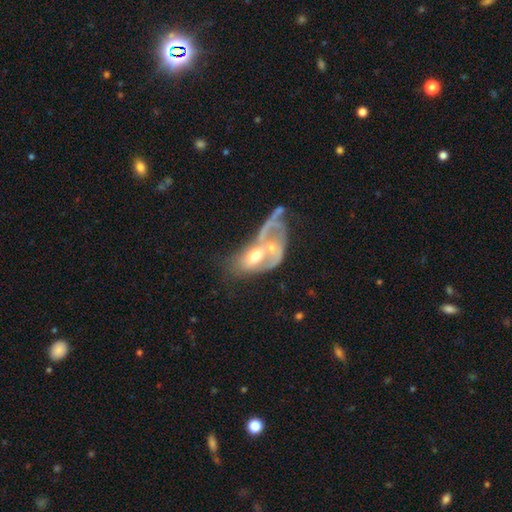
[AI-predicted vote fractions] smooth_or_featured: featured or disk (p=0.59) [alt: smooth p=0.34]
disk_edge_on: no (p=0.92) [alt: yes p=0.08]
bar: no (p=0.76) [alt: weak p=0.19]
has_spiral_arms: no (p=0.60) [alt: yes p=0.40]
bulge_size: moderate (p=0.63) [alt: small p=0.23]
merging: merger (p=0.71) [alt: major disturbance p=0.14]